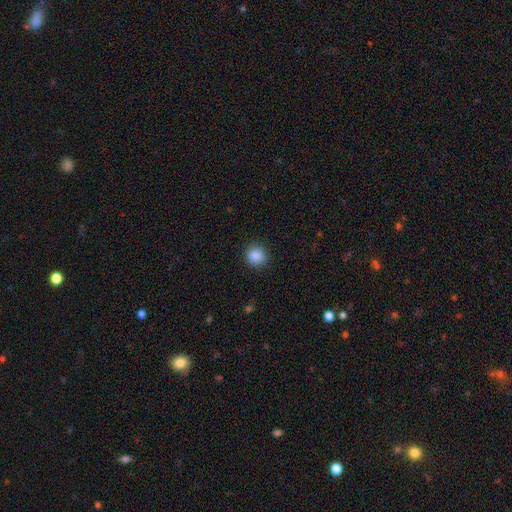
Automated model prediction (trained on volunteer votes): Overall: smooth (88%). How rounded: round (90%). Merging: none (90%).